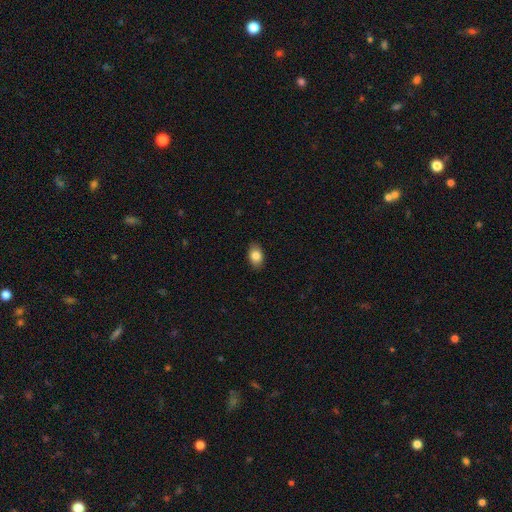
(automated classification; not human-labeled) Smooth or featured? Predicted: smooth (p=0.84). How rounded? Predicted: in between (p=0.87). Merging? Predicted: none (p=0.88).